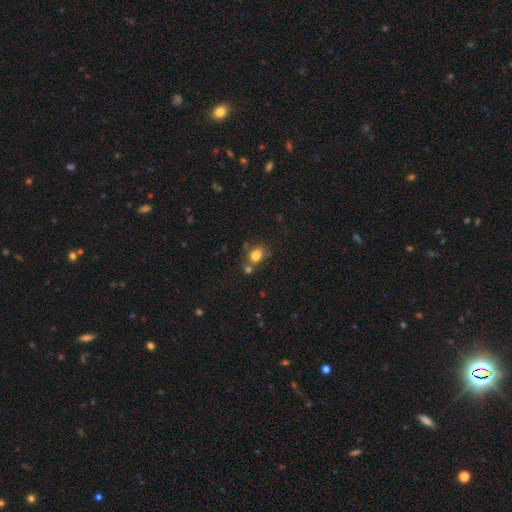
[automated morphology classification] Smooth or featured? Predicted: smooth (p=0.79). How rounded? Predicted: in between (p=0.59). Merging? Predicted: none (p=0.53).